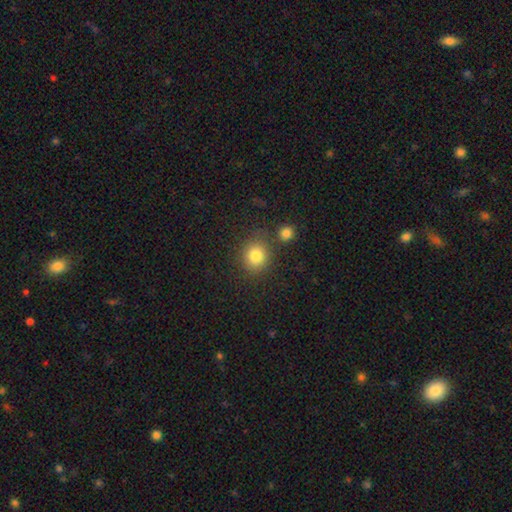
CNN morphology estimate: Smooth or featured? smooth (83%)
How rounded? round (80%)
Merging? none (75%)